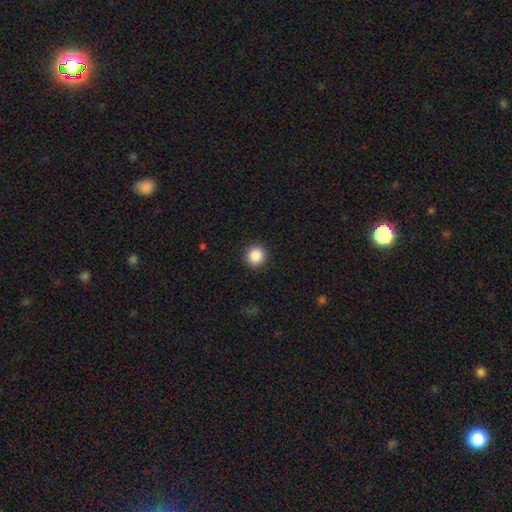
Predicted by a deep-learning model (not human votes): This is clearly a smooth galaxy (88%). How rounded: clearly round (92%). Merging: clearly none (92%).